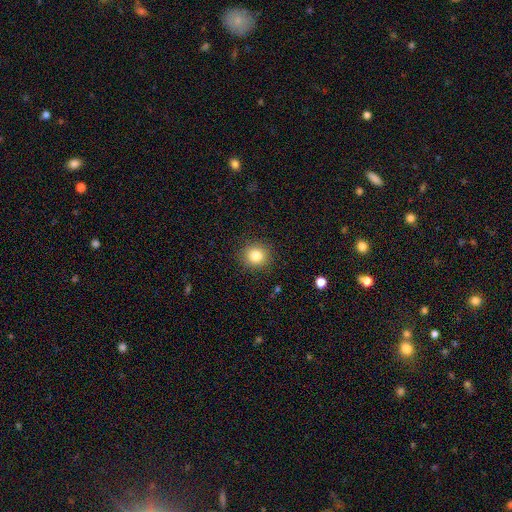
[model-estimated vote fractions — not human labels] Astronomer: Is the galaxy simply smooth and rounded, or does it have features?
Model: smooth — 82%.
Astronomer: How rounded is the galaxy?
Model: round — 89%.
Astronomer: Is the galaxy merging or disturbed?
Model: none — 90%.